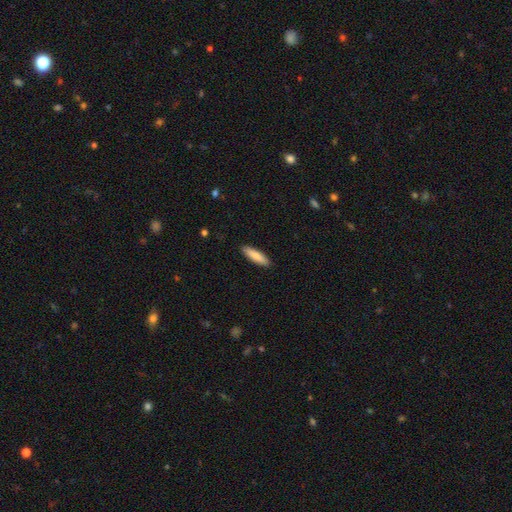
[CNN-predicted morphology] Smooth or featured? Predicted: smooth (p=0.83). How rounded? Predicted: cigar-shaped (p=0.70). Merging? Predicted: none (p=0.90).